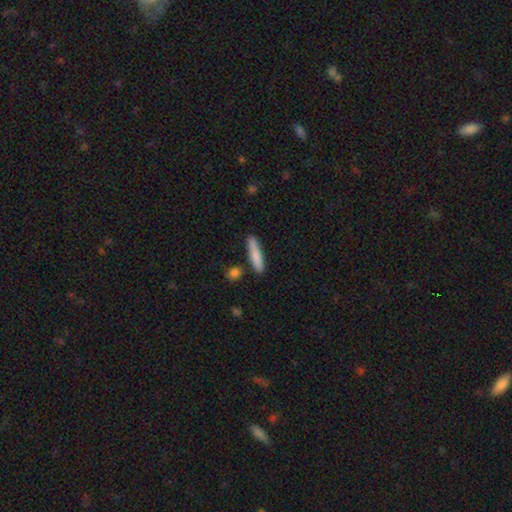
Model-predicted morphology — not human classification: A smooth galaxy with no disk features (80%) that is cigar-shaped (84%). Merging: none (81%).